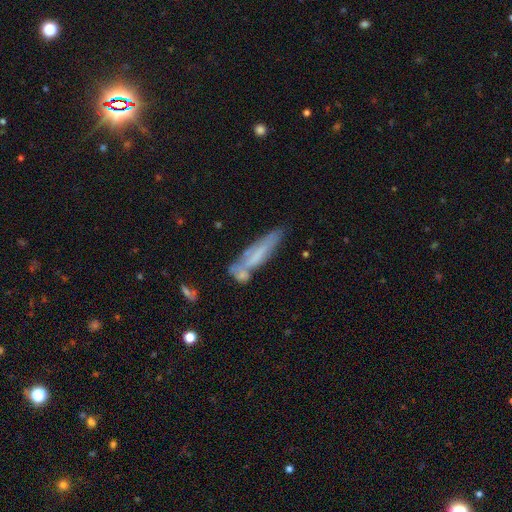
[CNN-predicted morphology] smooth_or_featured: smooth (p=0.49) [alt: featured or disk p=0.43]
merging: none (p=0.43) [alt: minor disturbance p=0.23]